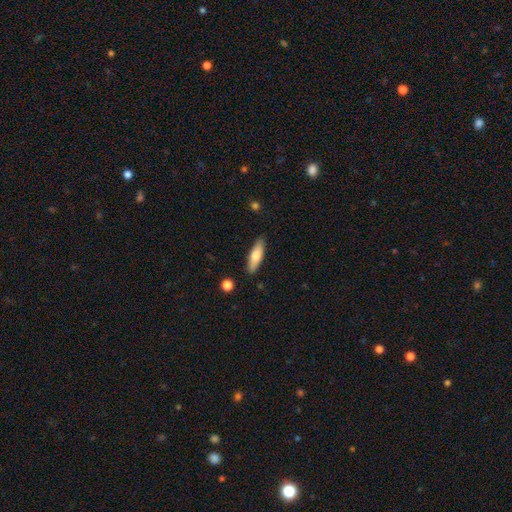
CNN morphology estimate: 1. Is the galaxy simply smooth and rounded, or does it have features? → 69% smooth, 25% featured or disk, 6% star or artifact.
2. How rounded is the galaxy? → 51% cigar-shaped, 47% in between, 2% round.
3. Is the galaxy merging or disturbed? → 88% none, 9% minor disturbance, 2% major disturbance, 2% merger.